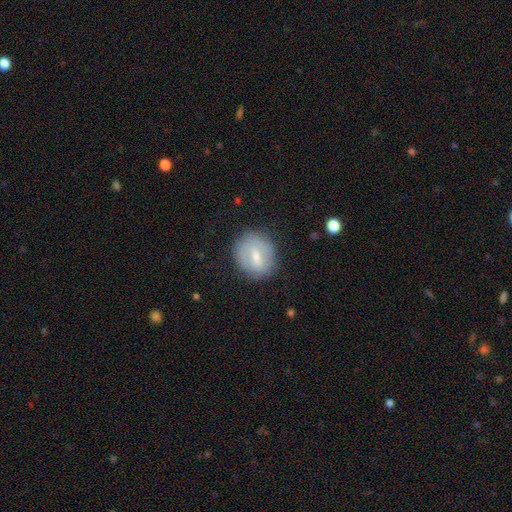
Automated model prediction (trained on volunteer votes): This appears to be a smooth galaxy with no disk features (57%) that is round (63%). Merging: none (78%).